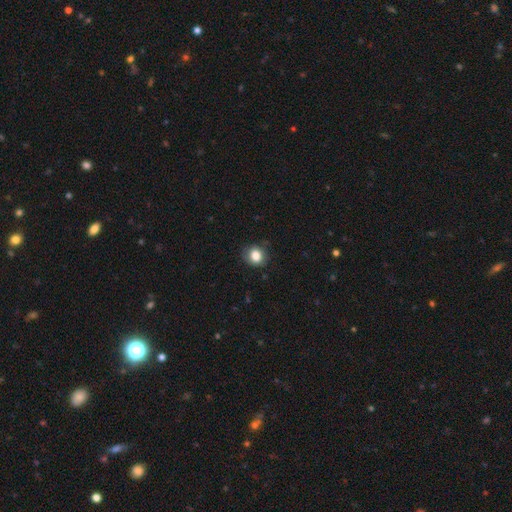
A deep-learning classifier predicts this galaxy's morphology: Q: Smooth or featured?
A: smooth (83%); runner-up: star or artifact (9%)
Q: How rounded?
A: round (68%); runner-up: in between (32%)
Q: Merging?
A: none (77%); runner-up: minor disturbance (17%)